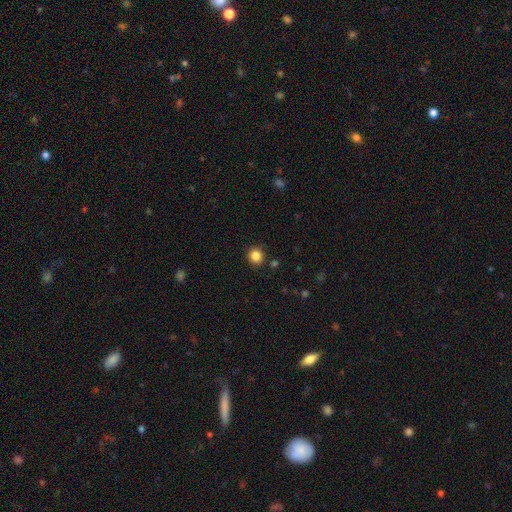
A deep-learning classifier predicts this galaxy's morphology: Q: Smooth or featured?
A: smooth (84%); runner-up: star or artifact (11%)
Q: How rounded?
A: round (90%); runner-up: in between (9%)
Q: Merging?
A: none (90%); runner-up: minor disturbance (6%)